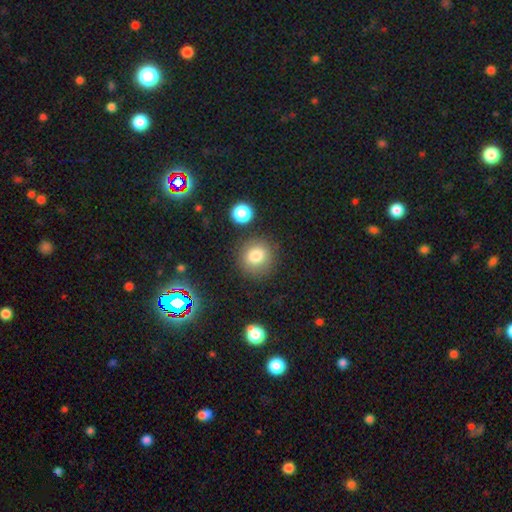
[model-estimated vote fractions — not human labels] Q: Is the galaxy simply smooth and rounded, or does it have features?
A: smooth — 81%.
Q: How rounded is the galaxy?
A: round — 88%.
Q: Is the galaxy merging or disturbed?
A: none — 81%.